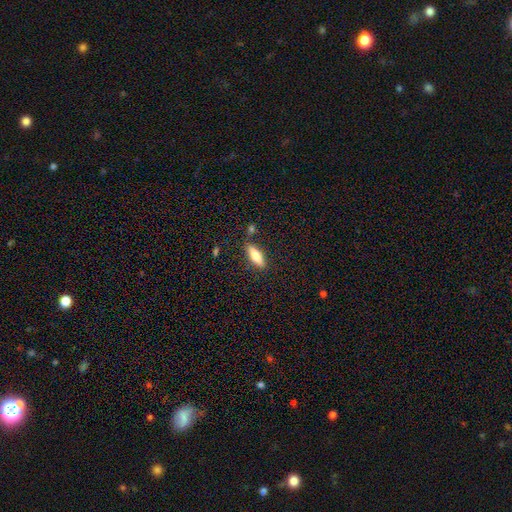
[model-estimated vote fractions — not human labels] Smooth or featured: smooth — 61% (featured or disk — 32%)
How rounded: cigar-shaped — 50% (in between — 47%)
Merging: none — 82% (minor disturbance — 11%)